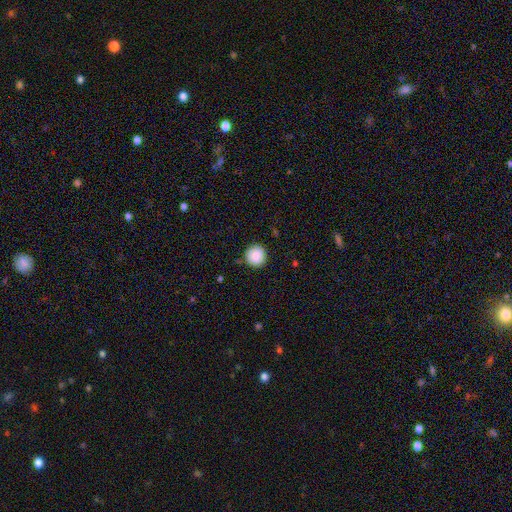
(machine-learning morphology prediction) Q: Smooth or featured?
A: smooth (88%); runner-up: star or artifact (8%)
Q: How rounded?
A: round (95%); runner-up: in between (4%)
Q: Merging?
A: none (89%); runner-up: minor disturbance (8%)